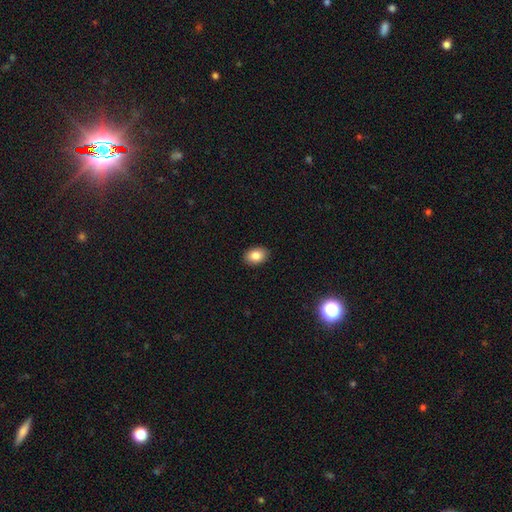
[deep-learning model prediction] Smooth or featured: smooth — 86% (star or artifact — 8%)
How rounded: in between — 80% (round — 19%)
Merging: none — 90% (minor disturbance — 7%)